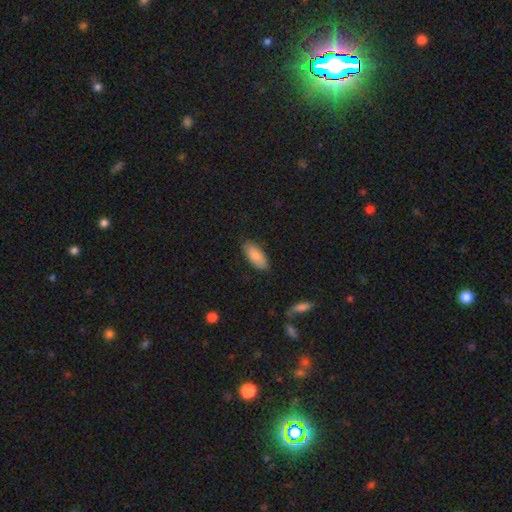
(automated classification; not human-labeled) smooth-or-featured: smooth: 88% | featured or disk: 6% | star or artifact: 6%
  how-rounded: in between: 87% | cigar-shaped: 11% | round: 2%
  merging: none: 85% | minor disturbance: 12% | major disturbance: 2% | merger: 1%